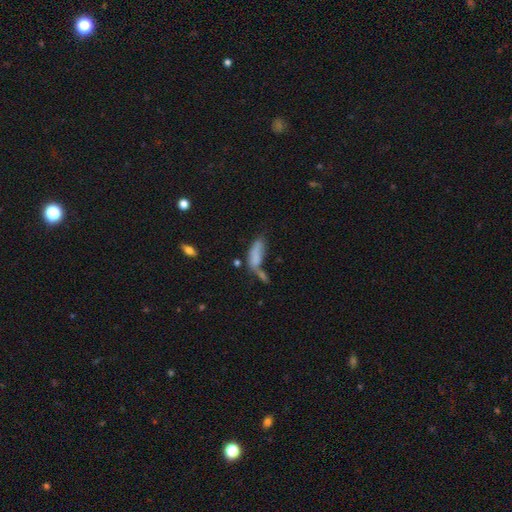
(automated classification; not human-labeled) smooth 74%, featured or disk 16%, star or artifact 10%. Down the decision tree: how rounded — in between (63%); merging — merger (34%).